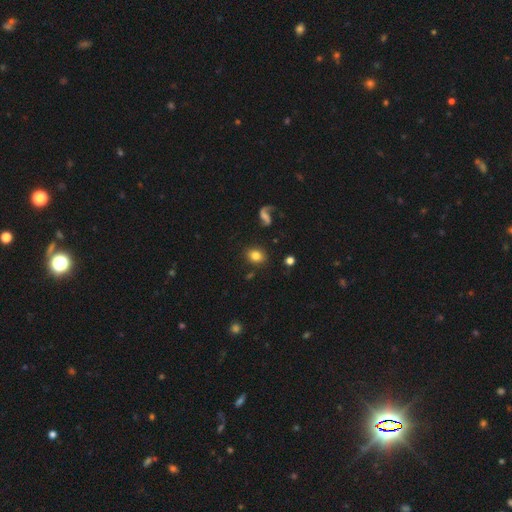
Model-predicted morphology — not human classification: This appears to be a smooth galaxy with no disk features (78%) that is in between round and cigar-shaped (51%). Merging: none (83%).